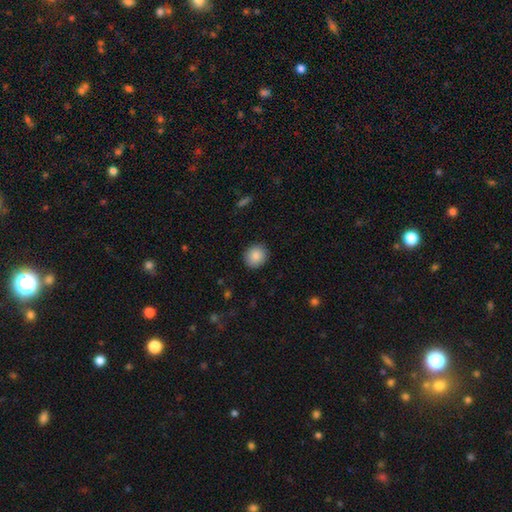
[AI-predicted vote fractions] This appears to be a smooth galaxy with no disk features (87%) that is round (81%). Merging: none (90%).